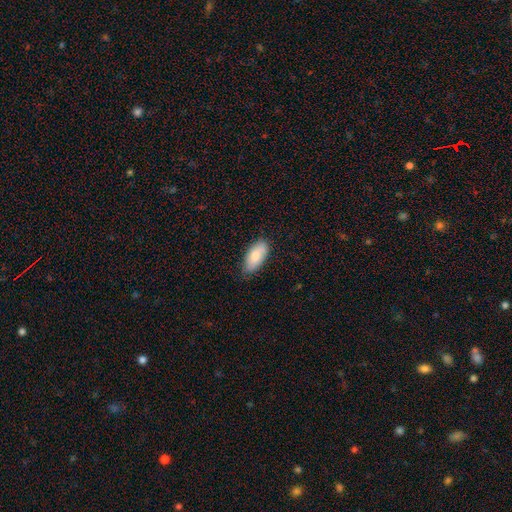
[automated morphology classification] This appears to be a smooth galaxy with no disk features (77%) that is in between round and cigar-shaped (91%). Merging: none (78%).